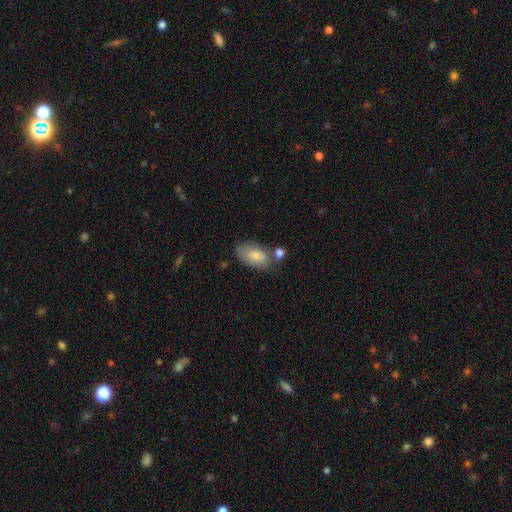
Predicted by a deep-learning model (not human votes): Morphology: type=smooth (80%); roundness=in between (93%); merging=none (58%).